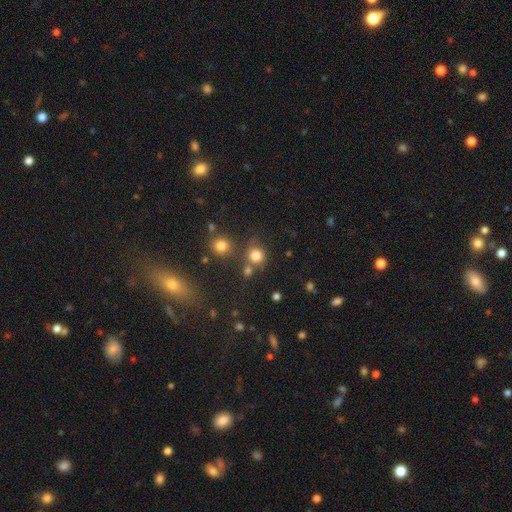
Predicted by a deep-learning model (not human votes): A smooth galaxy with no disk features (79%) that is round (88%).

Vote fractions:
- Smooth or featured? smooth: 79% / star or artifact: 14% / featured or disk: 6%
- How rounded? round: 88% / in between: 11% / cigar-shaped: 1%
- Merging? none: 66% / merger: 17% / minor disturbance: 12% / major disturbance: 6%